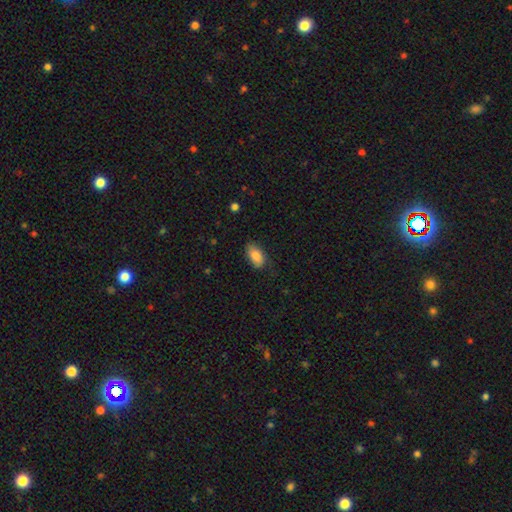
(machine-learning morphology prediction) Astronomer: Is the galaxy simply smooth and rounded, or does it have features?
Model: smooth — 84%.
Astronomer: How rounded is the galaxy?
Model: in between — 92%.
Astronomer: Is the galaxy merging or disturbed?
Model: none — 75%.